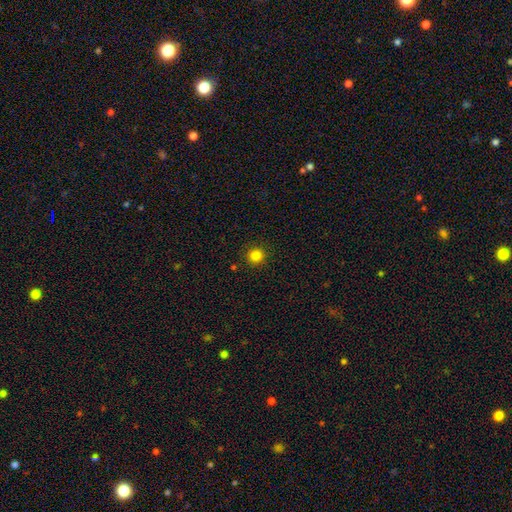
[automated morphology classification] smooth 83%, star or artifact 13%, featured or disk 4%. Down the decision tree: how rounded — round (95%); merging — none (91%).